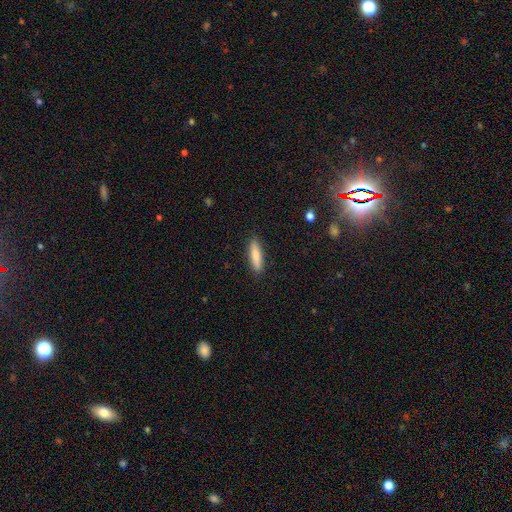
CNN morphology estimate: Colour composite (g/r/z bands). It shows a smooth galaxy with no disk features (81%) that is cigar-shaped (74%). Merging: none (89%).